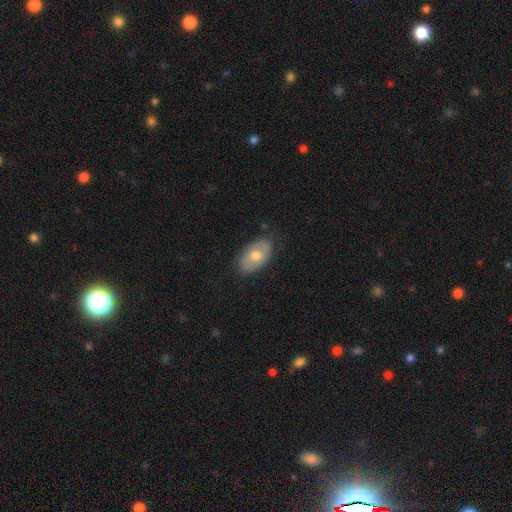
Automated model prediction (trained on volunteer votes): Q: Smooth or featured?
A: smooth (61%); runner-up: featured or disk (33%)
Q: How rounded?
A: in between (92%); runner-up: round (7%)
Q: Merging?
A: none (80%); runner-up: minor disturbance (15%)